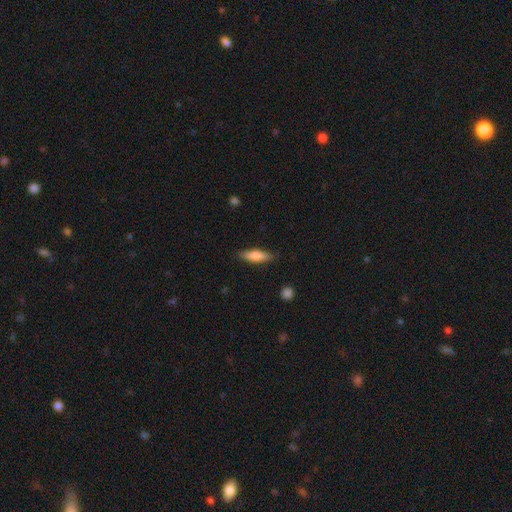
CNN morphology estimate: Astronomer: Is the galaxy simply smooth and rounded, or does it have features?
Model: smooth — 75%.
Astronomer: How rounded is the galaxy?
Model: cigar-shaped — 59% (runner-up: in between, 39%).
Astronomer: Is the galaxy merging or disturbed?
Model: none — 85%.